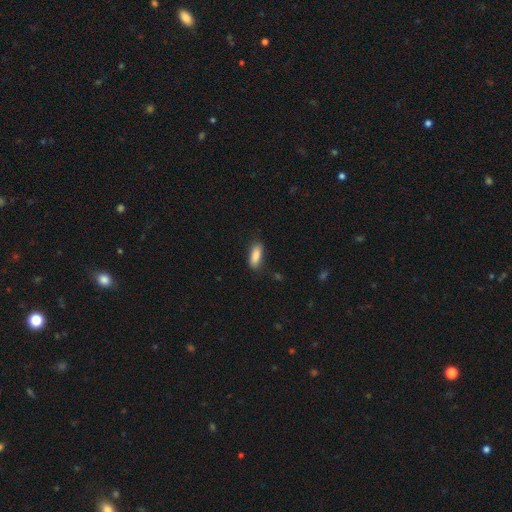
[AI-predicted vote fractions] Q: Smooth or featured?
A: smooth (87%); runner-up: star or artifact (7%)
Q: How rounded?
A: in between (73%); runner-up: cigar-shaped (25%)
Q: Merging?
A: none (80%); runner-up: minor disturbance (15%)